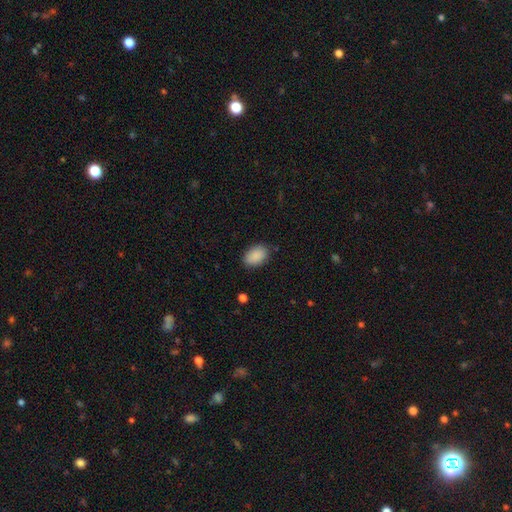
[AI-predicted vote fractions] A smooth galaxy with no disk features (90%) that is in between round and cigar-shaped (88%).

Vote fractions:
- Smooth or featured? smooth: 90% / star or artifact: 7% / featured or disk: 3%
- How rounded? in between: 88% / round: 11% / cigar-shaped: 1%
- Merging? none: 84% / minor disturbance: 12% / major disturbance: 3% / merger: 1%